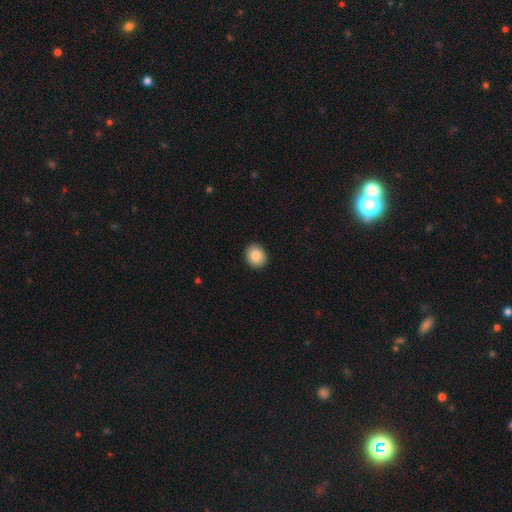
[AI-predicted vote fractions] Smooth or featured? Predicted: smooth (p=0.86). How rounded? Predicted: round (p=0.65). Merging? Predicted: none (p=0.92).